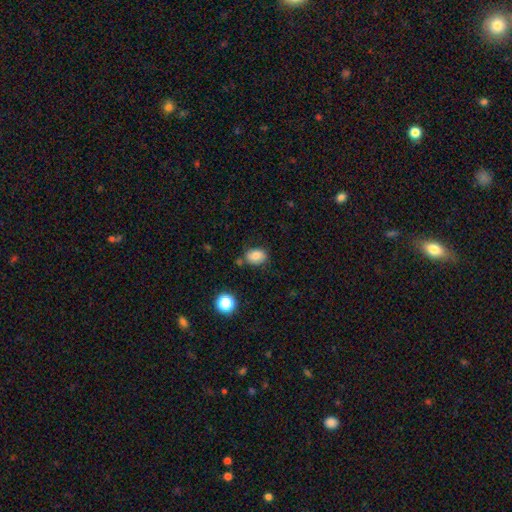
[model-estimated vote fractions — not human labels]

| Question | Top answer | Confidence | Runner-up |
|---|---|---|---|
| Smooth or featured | smooth | 79% | star or artifact (11%) |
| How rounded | in between | 65% | round (33%) |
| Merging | none | 72% | minor disturbance (17%) |